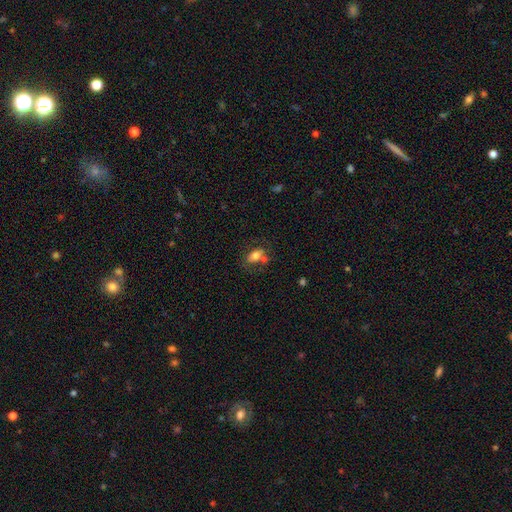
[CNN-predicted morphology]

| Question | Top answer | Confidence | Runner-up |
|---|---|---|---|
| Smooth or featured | smooth | 71% | featured or disk (19%) |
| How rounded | in between | 85% | round (10%) |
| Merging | none | 50% | merger (25%) |